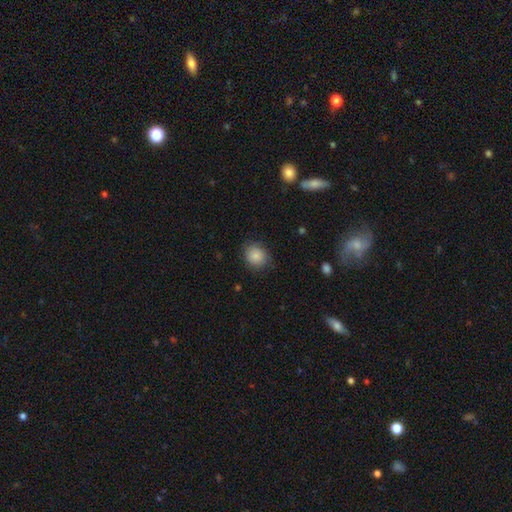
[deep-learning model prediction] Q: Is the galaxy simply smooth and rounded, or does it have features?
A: smooth — 85%.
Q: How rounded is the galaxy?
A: round — 71%.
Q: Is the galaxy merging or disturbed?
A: none — 79%.